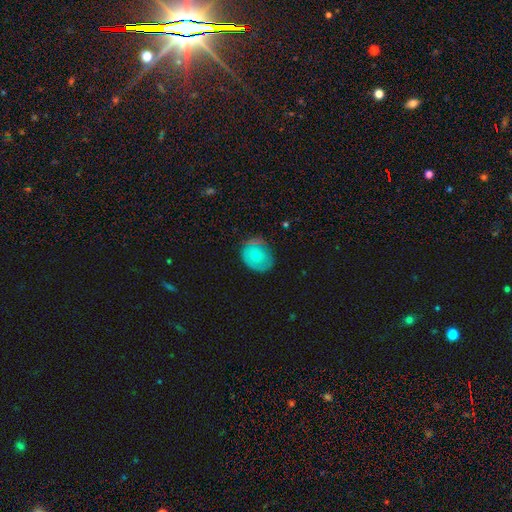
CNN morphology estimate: This is likely a smooth galaxy (62%). How rounded: possibly round (57%). Merging: likely none (65%).